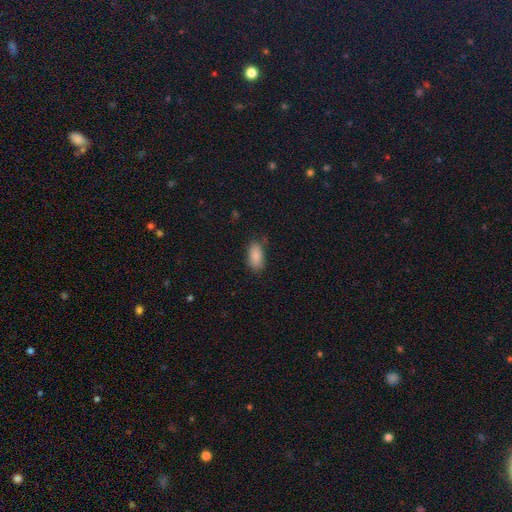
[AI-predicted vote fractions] A smooth galaxy with no disk features (87%) that is in between round and cigar-shaped (91%).

Vote fractions:
- Smooth or featured? smooth: 87% / star or artifact: 7% / featured or disk: 6%
- How rounded? in between: 91% / cigar-shaped: 5% / round: 3%
- Merging? none: 77% / minor disturbance: 17% / major disturbance: 4% / merger: 2%